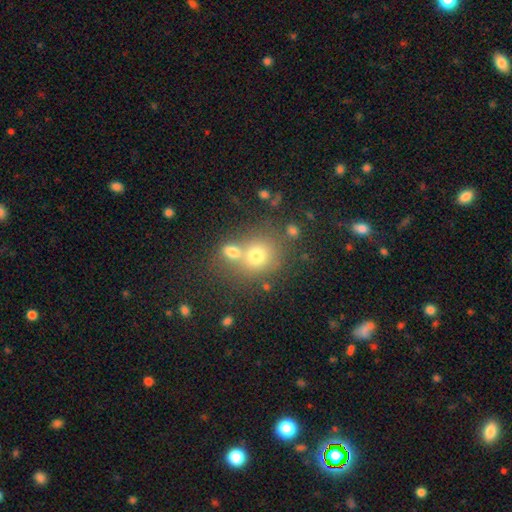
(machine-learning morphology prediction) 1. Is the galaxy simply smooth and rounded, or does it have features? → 70% smooth, 16% star or artifact, 15% featured or disk.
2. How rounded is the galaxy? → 77% round, 22% in between, 1% cigar-shaped.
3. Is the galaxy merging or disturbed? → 45% none, 43% merger, 8% minor disturbance, 4% major disturbance.